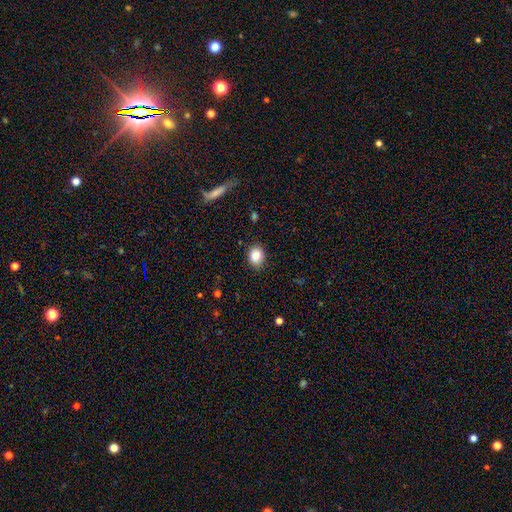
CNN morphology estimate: smooth 87%, star or artifact 9%, featured or disk 5%. Down the decision tree: how rounded — in between (55%); merging — none (85%).